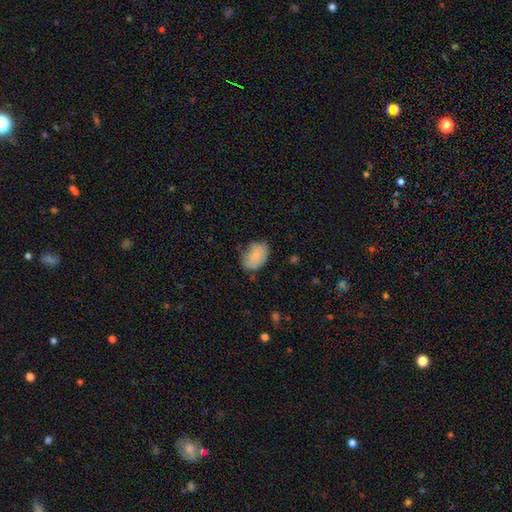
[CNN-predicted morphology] smooth-or-featured: smooth: 81% | featured or disk: 12% | star or artifact: 7%
  how-rounded: in between: 79% | round: 20% | cigar-shaped: 1%
  merging: none: 59% | minor disturbance: 30% | major disturbance: 8% | merger: 3%